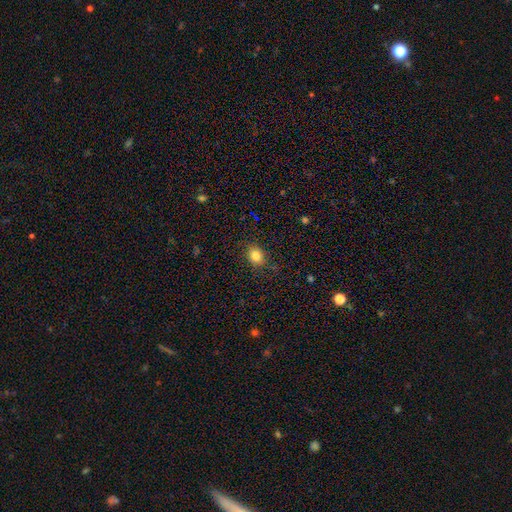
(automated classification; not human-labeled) This is clearly a smooth galaxy (83%). How rounded: possibly round (52%). Merging: clearly none (85%).